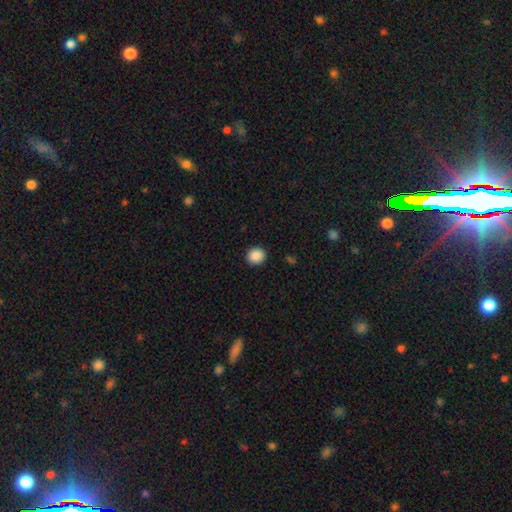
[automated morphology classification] This is clearly a smooth galaxy (89%). How rounded: clearly round (82%). Merging: clearly none (91%).